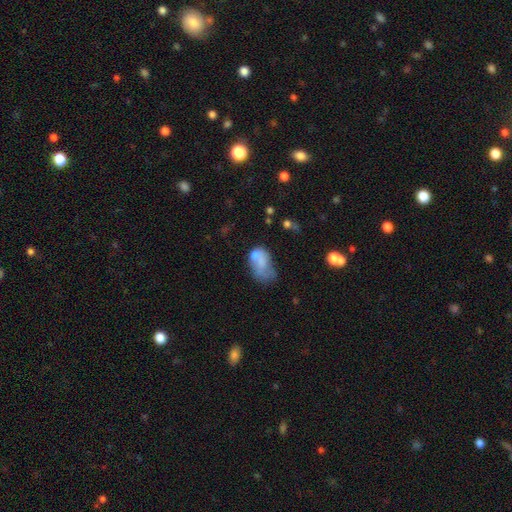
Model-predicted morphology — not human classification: Smooth or featured? Predicted: smooth (p=0.64). How rounded? Predicted: in between (p=0.86). Merging? Predicted: merger (p=0.32).